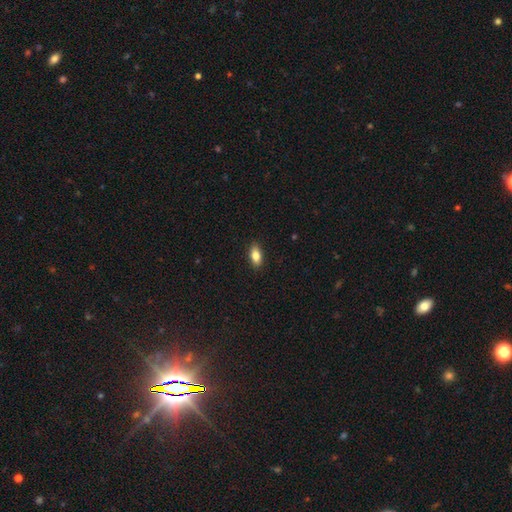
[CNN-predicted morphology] Smooth or featured? Predicted: smooth (p=0.81). How rounded? Predicted: in between (p=0.86). Merging? Predicted: none (p=0.89).